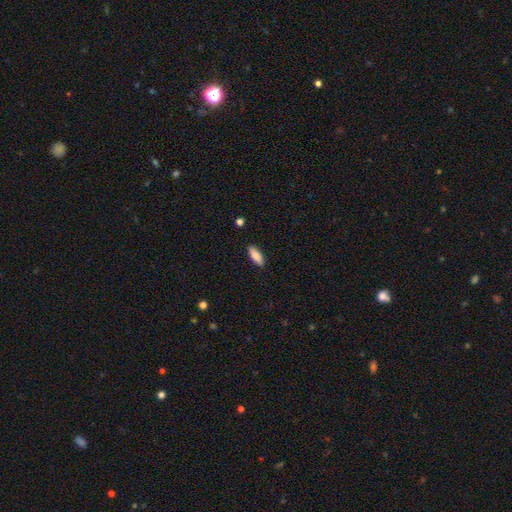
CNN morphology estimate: A smooth galaxy with no disk features (84%) that is in between round and cigar-shaped (69%).

Vote fractions:
- Smooth or featured? smooth: 84% / featured or disk: 10% / star or artifact: 6%
- How rounded? in between: 69% / cigar-shaped: 29% / round: 2%
- Merging? none: 89% / minor disturbance: 8% / major disturbance: 2% / merger: 1%